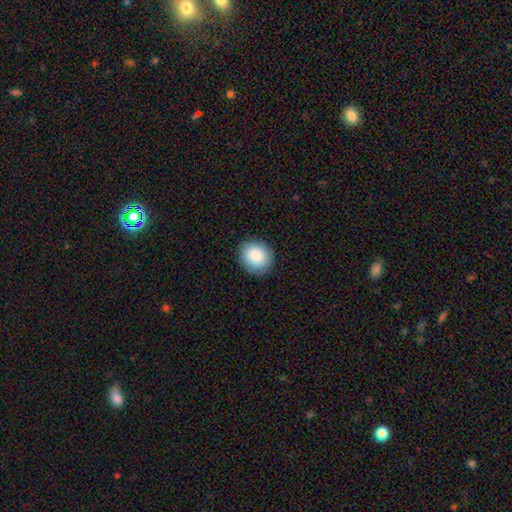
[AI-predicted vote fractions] Q: Smooth or featured?
A: smooth (89%); runner-up: star or artifact (7%)
Q: How rounded?
A: round (71%); runner-up: in between (28%)
Q: Merging?
A: none (88%); runner-up: minor disturbance (9%)